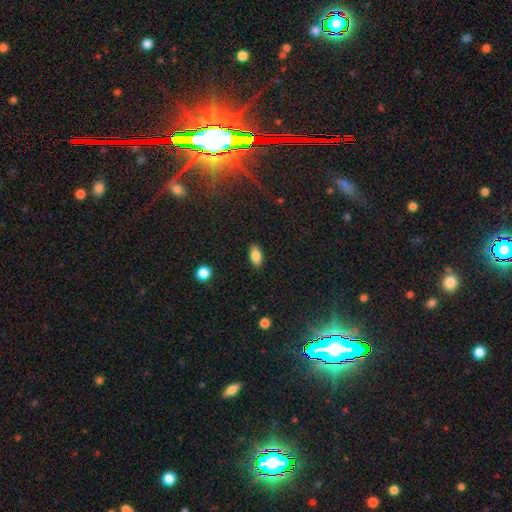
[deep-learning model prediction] smooth_or_featured: smooth (p=0.83) [alt: featured or disk p=0.10]
how_rounded: in between (p=0.88) [alt: cigar-shaped p=0.09]
merging: none (p=0.88) [alt: minor disturbance p=0.08]